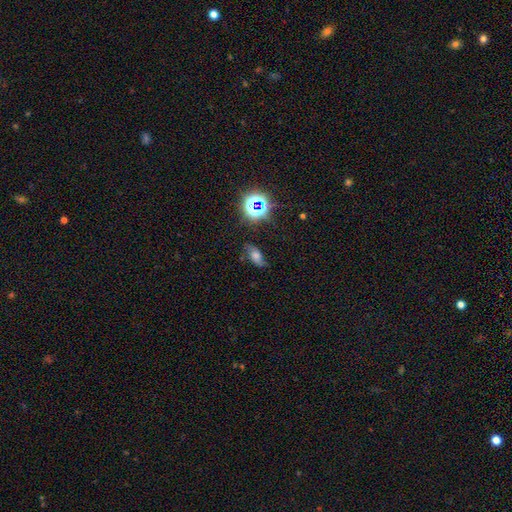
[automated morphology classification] Smooth or featured? smooth (38%)
Merging? none (73%)